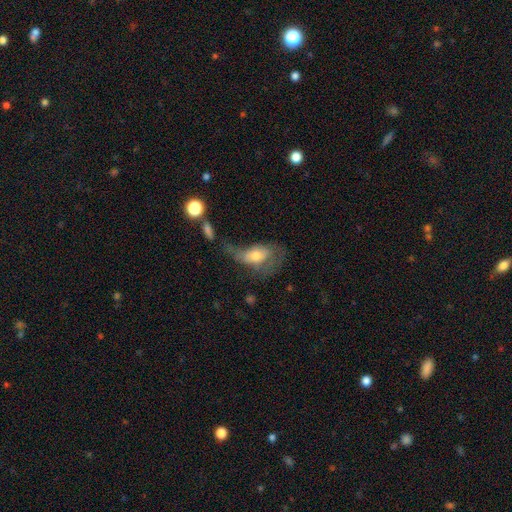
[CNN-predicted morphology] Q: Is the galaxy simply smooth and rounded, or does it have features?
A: smooth — 50%.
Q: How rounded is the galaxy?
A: in between — 85%.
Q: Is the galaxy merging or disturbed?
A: major disturbance — 50%.